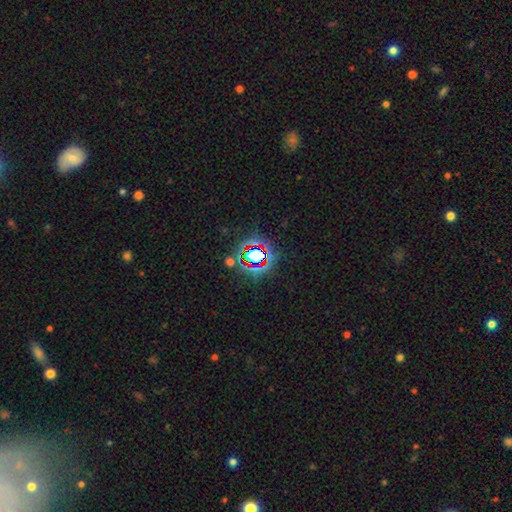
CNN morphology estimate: Overall: star or artifact (70%).